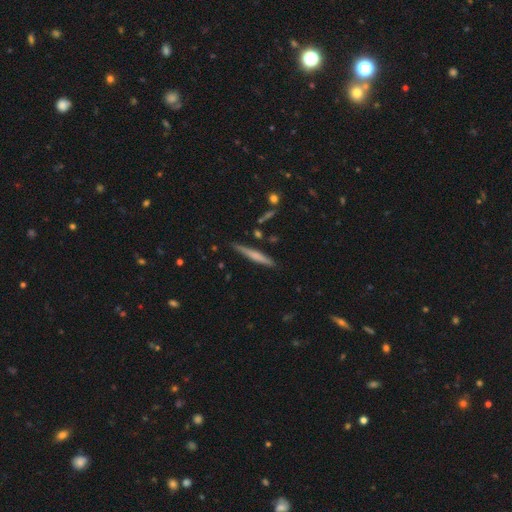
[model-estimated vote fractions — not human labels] smooth-or-featured: smooth: 53% | featured or disk: 41% | star or artifact: 6%
  how-rounded: cigar-shaped: 95% | in between: 4% | round: 2%
  merging: none: 86% | minor disturbance: 10% | merger: 2% | major disturbance: 2%